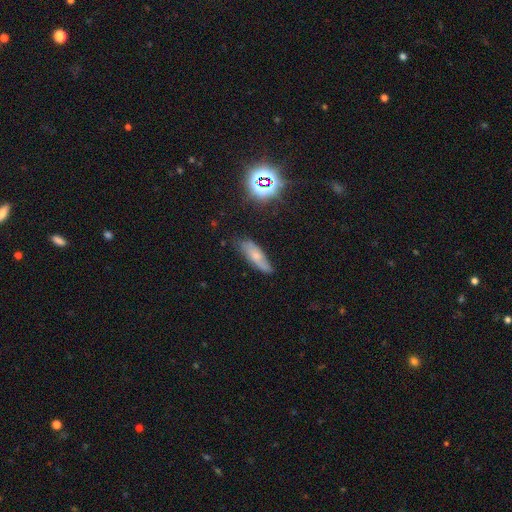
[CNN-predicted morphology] A smooth galaxy with no disk features (58%) that is cigar-shaped (51%).

Vote fractions:
- Smooth or featured? smooth: 58% / featured or disk: 29% / star or artifact: 13%
- How rounded? cigar-shaped: 51% / in between: 45% / round: 3%
- Merging? none: 71% / minor disturbance: 22% / major disturbance: 5% / merger: 2%